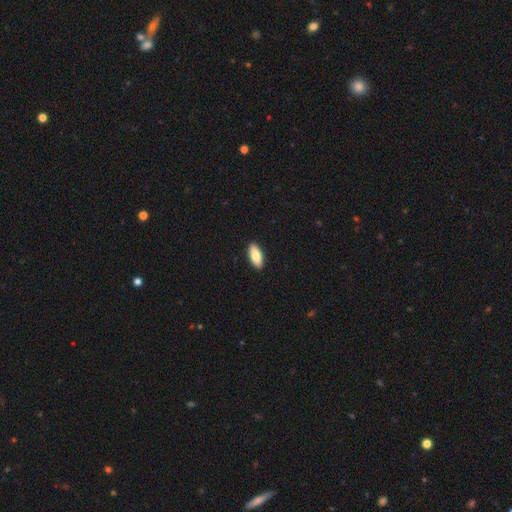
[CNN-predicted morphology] smooth 82%, featured or disk 13%, star or artifact 6%. Down the decision tree: how rounded — in between (87%); merging — none (91%).